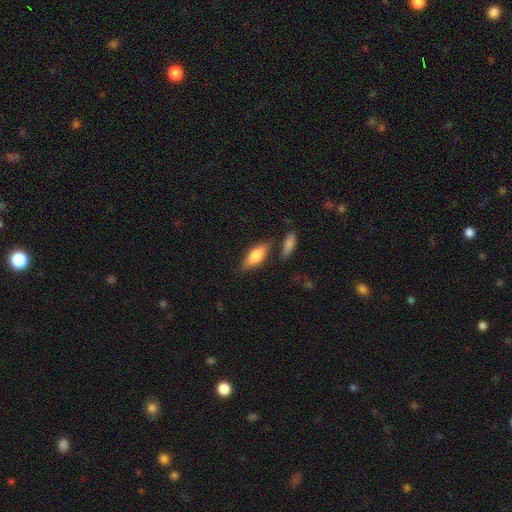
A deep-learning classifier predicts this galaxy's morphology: This appears to be a smooth galaxy with no disk features (68%) that is in between round and cigar-shaped (72%). Merging: none (73%).